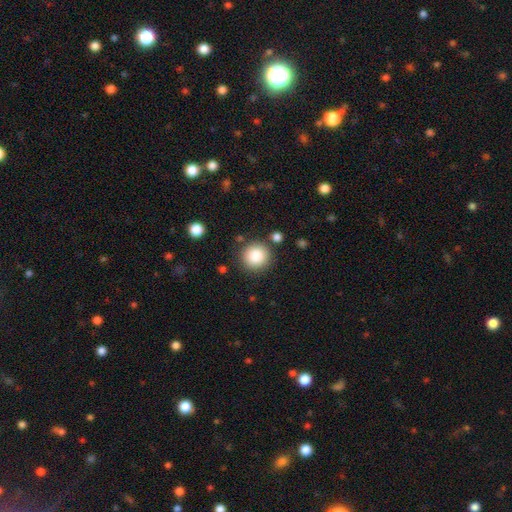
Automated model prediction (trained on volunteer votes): smooth_or_featured: smooth (p=0.85) [alt: star or artifact p=0.09]
how_rounded: round (p=0.93) [alt: in between p=0.06]
merging: none (p=0.85) [alt: minor disturbance p=0.08]